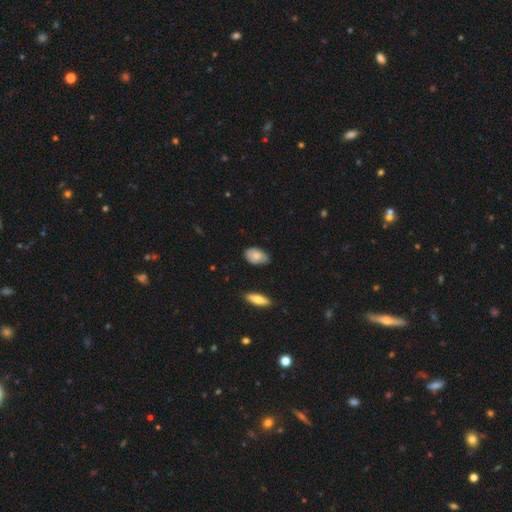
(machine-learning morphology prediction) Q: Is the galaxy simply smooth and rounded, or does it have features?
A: smooth — 74%.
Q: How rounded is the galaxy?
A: in between — 90%.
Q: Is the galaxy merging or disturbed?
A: none — 64%.